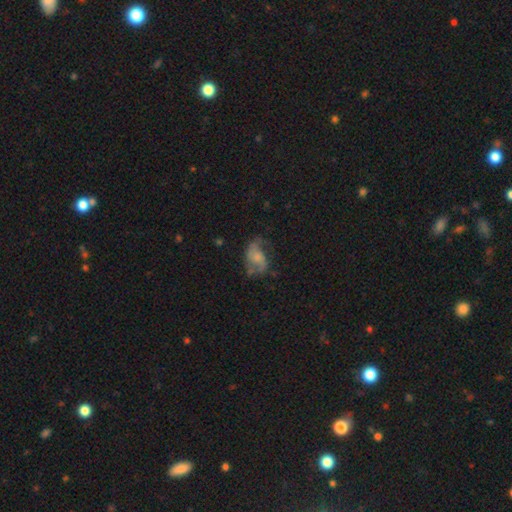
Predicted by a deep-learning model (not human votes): Overall: featured or disk (68%). Edge-on disk: no (97%). Bar: no (62%; weak 31%). Spiral arms: yes (88%). Spiral arm count: 2 (84%). Spiral winding: loose (51%; medium 38%). Bulge size: small (44%; moderate 30%). Merging: none (58%; minor disturbance 22%).